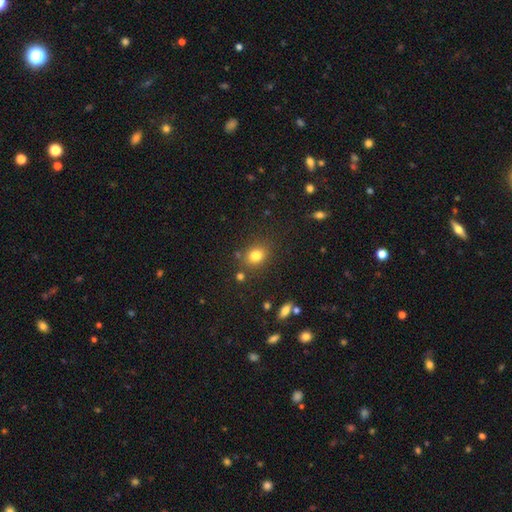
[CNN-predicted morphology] A smooth galaxy with no disk features (81%) that is in between round and cigar-shaped (50%). Merging: none (78%).